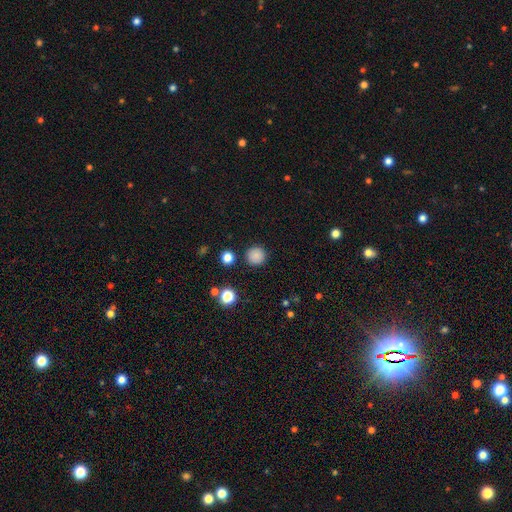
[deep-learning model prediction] A smooth galaxy with no disk features (85%) that is round (95%).

Vote fractions:
- Smooth or featured? smooth: 85% / star or artifact: 12% / featured or disk: 3%
- How rounded? round: 95% / in between: 4% / cigar-shaped: 1%
- Merging? none: 90% / minor disturbance: 6% / major disturbance: 2% / merger: 2%